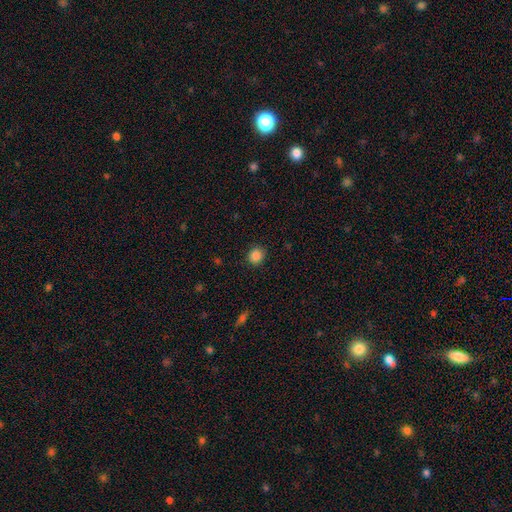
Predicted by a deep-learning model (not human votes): This appears to be a smooth galaxy with no disk features (86%) that is round (84%). Merging: none (90%).